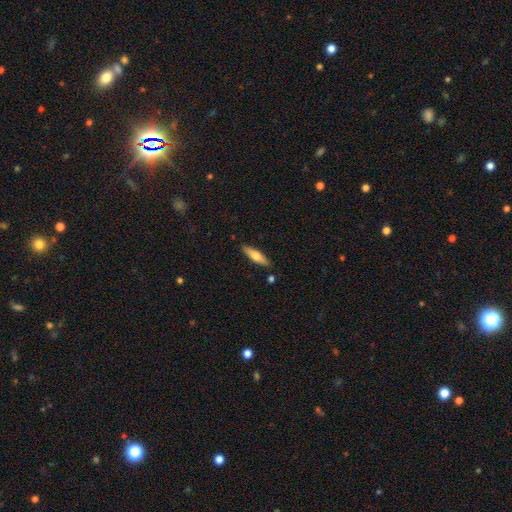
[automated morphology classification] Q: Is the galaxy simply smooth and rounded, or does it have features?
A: smooth — 62%.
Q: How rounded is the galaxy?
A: cigar-shaped — 68%.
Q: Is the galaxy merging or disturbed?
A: none — 86%.